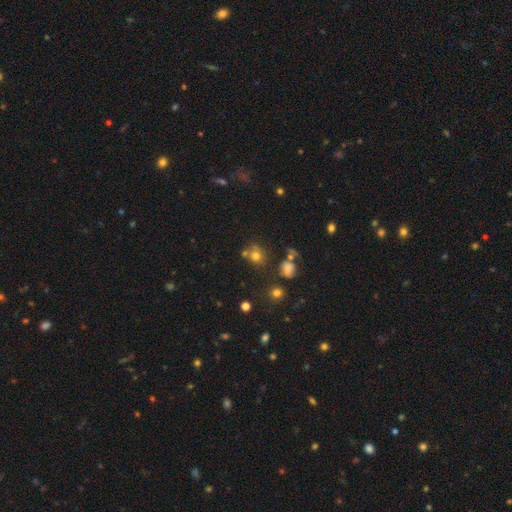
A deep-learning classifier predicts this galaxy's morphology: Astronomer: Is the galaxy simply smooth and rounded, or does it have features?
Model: smooth — 70%.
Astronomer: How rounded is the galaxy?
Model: round — 78%.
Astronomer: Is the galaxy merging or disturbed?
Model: none — 60%.